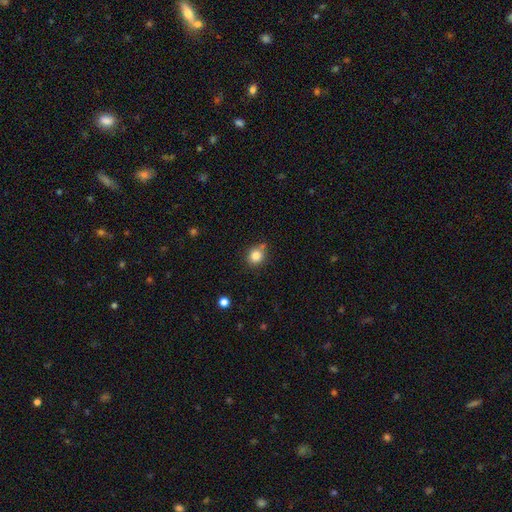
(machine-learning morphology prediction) smooth_or_featured: smooth (p=0.82) [alt: star or artifact p=0.11]
how_rounded: round (p=0.81) [alt: in between p=0.19]
merging: none (p=0.72) [alt: minor disturbance p=0.16]